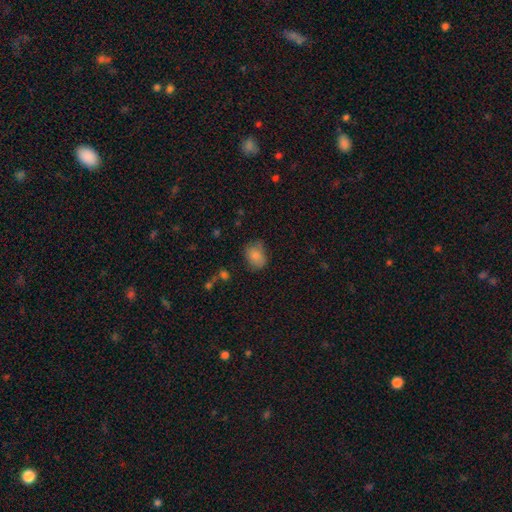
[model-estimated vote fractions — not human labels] Q: Smooth or featured?
A: smooth (83%); runner-up: star or artifact (9%)
Q: How rounded?
A: in between (62%); runner-up: round (37%)
Q: Merging?
A: none (63%); runner-up: minor disturbance (27%)